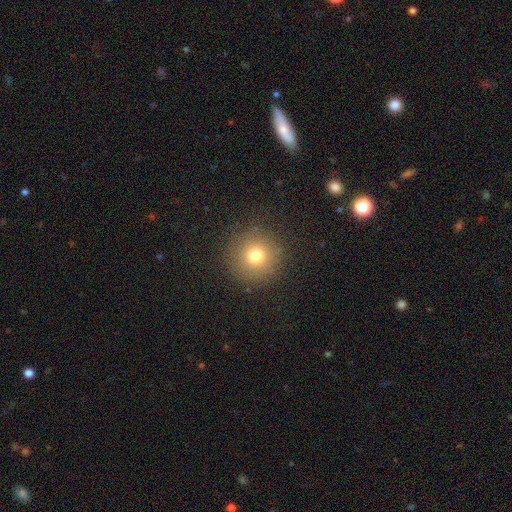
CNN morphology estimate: Smooth or featured: smooth — 74% (star or artifact — 16%)
How rounded: round — 96% (in between — 3%)
Merging: none — 88% (minor disturbance — 7%)